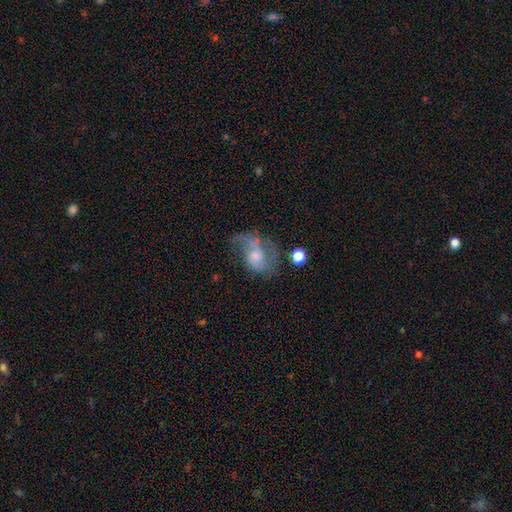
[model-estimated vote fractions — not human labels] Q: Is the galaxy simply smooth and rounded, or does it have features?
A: featured or disk — 66%.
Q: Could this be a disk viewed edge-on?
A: no — 97%.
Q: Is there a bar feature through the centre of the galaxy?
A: no — 64%.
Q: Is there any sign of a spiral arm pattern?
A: yes — 82%.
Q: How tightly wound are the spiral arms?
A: loose — 51%.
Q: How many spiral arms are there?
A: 2 — 64%.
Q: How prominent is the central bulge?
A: moderate — 41%.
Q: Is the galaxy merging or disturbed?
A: none — 36%.